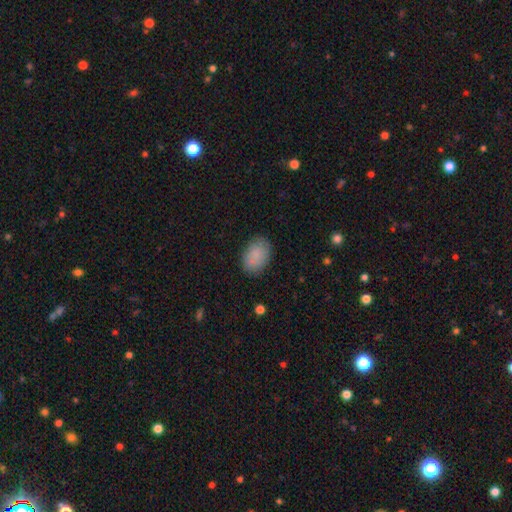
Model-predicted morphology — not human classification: Q: Smooth or featured?
A: smooth (88%); runner-up: star or artifact (7%)
Q: How rounded?
A: in between (89%); runner-up: round (10%)
Q: Merging?
A: none (85%); runner-up: minor disturbance (11%)